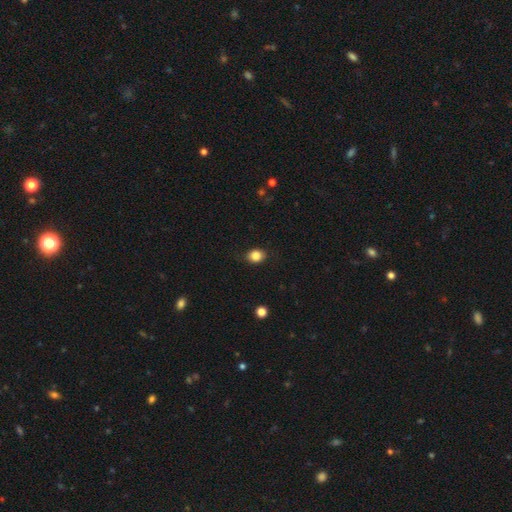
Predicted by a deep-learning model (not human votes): Morphology: type=smooth (85%); roundness=round (52%); merging=none (84%).